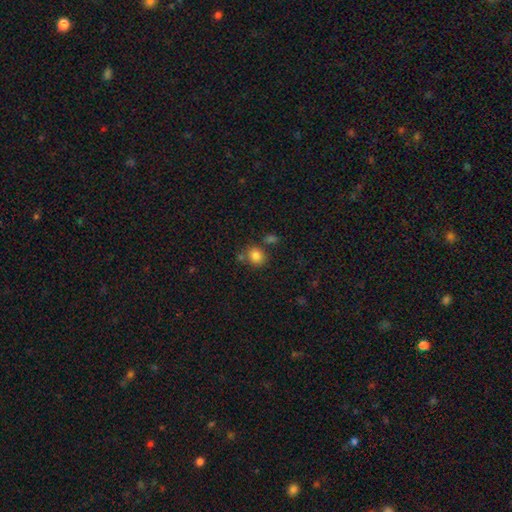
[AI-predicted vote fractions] Q: Smooth or featured?
A: smooth (83%); runner-up: star or artifact (11%)
Q: How rounded?
A: round (73%); runner-up: in between (26%)
Q: Merging?
A: none (68%); runner-up: merger (15%)